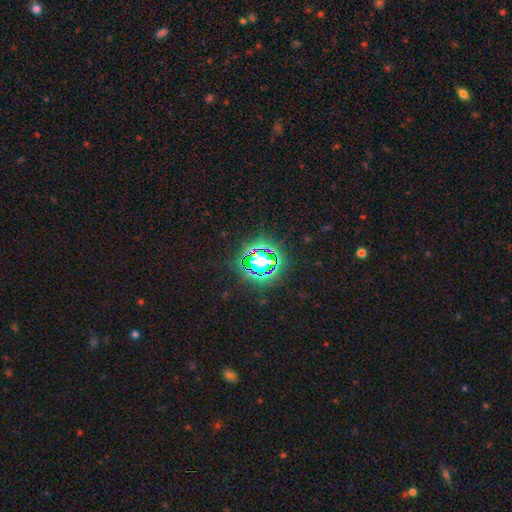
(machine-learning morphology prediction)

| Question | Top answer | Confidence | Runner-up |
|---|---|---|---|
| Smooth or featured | star or artifact | 74% | smooth (16%) |